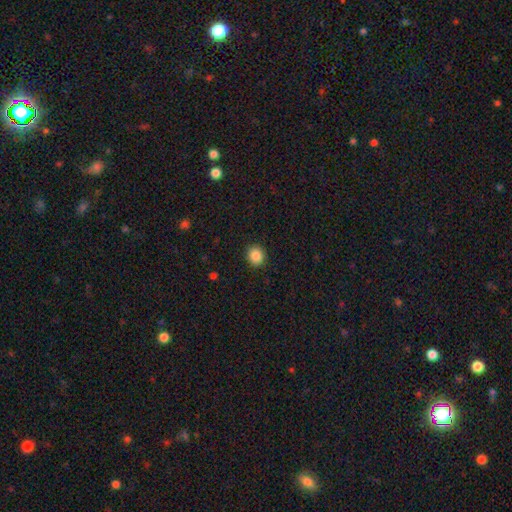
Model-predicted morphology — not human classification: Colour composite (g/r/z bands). It shows a smooth galaxy with no disk features (87%) that is round (81%). Merging: none (92%).